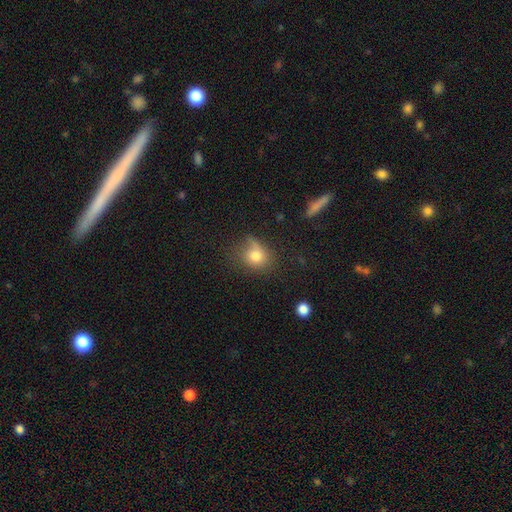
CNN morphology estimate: The model was most divided on "merging": none: 51%, minor disturbance: 28%, major disturbance: 16%, merger: 5%. More confident: smooth or featured — smooth (76%); how rounded — round (64%).